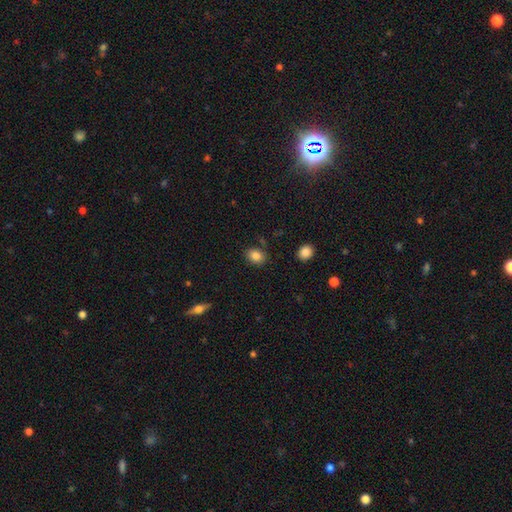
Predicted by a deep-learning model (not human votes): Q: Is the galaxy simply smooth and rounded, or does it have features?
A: smooth — 85%.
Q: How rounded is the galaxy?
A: in between — 59%.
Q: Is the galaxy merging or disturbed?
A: none — 81%.